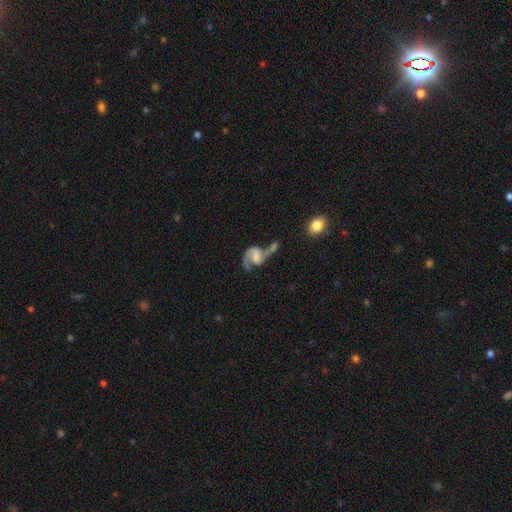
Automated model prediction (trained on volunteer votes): Smooth or featured?
  - featured or disk: 80% *
  - smooth: 13%
  - star or artifact: 7%
Edge-on disk?
  - no: 98% *
  - yes: 2%
Bar?
  - weak: 41% *
  - no: 40%
  - strong: 19%
Spiral arms?
  - yes: 94% *
  - no: 6%
Spiral winding?
  - medium: 44% *
  - loose: 41%
  - tight: 15%
Spiral arm count?
  - 2: 76% *
  - 1: 18%
  - can't tell: 3%
  - 3: 1%
  - 4: 1%
  - more than 4: 1%
Bulge size?
  - none: 41% *
  - small: 24%
  - moderate: 21%
  - large: 12%
  - dominant: 3%
Merging?
  - merger: 39% *
  - none: 28%
  - major disturbance: 19%
  - minor disturbance: 14%